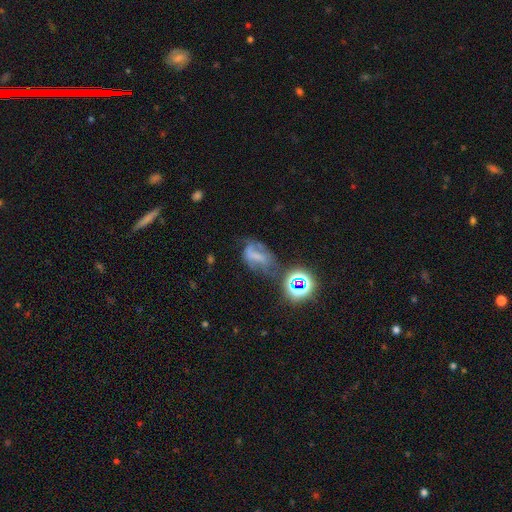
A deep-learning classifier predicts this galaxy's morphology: Smooth or featured: featured or disk — 39% (smooth — 34%)
Merging: none — 32% (major disturbance — 31%)